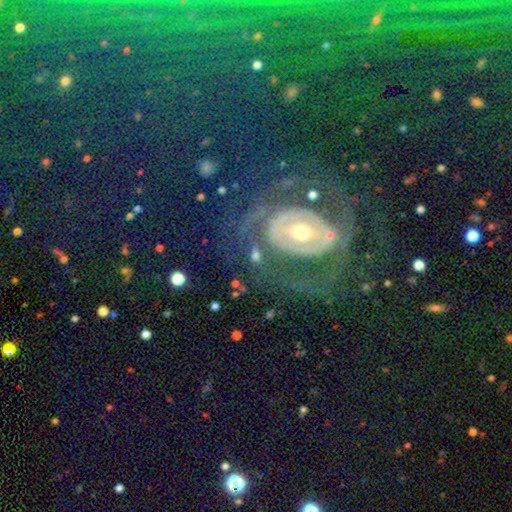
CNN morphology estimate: Smooth or featured? featured or disk (66%)
Edge-on disk? no (93%)
Bar? no (42%)
Spiral arms? yes (73%)
Bulge size? moderate (60%)
Merging? none (62%)